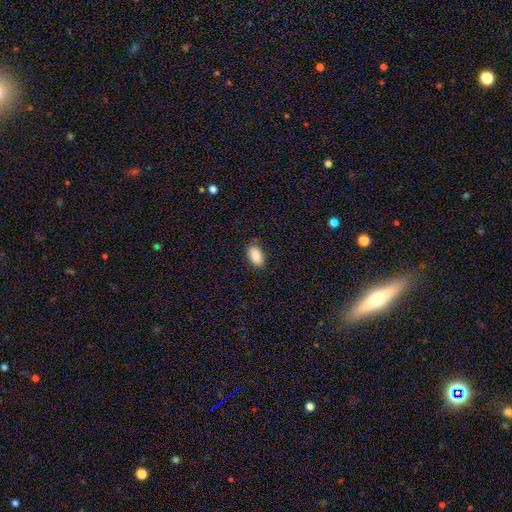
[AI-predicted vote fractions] Smooth or featured: smooth — 87% (star or artifact — 7%)
How rounded: in between — 93% (round — 6%)
Merging: none — 83% (minor disturbance — 14%)